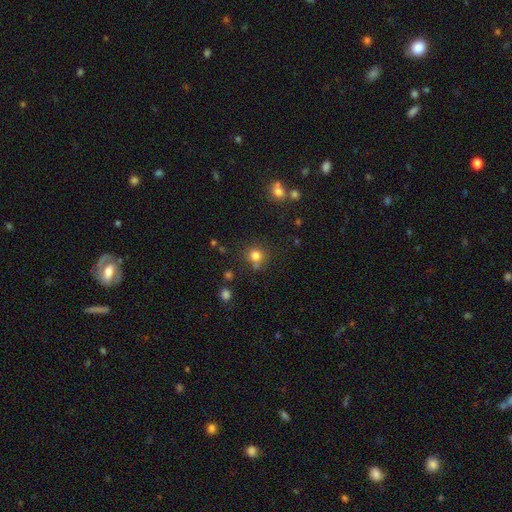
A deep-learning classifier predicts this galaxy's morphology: Overall: smooth (79%). How rounded: round (88%). Merging: none (73%).